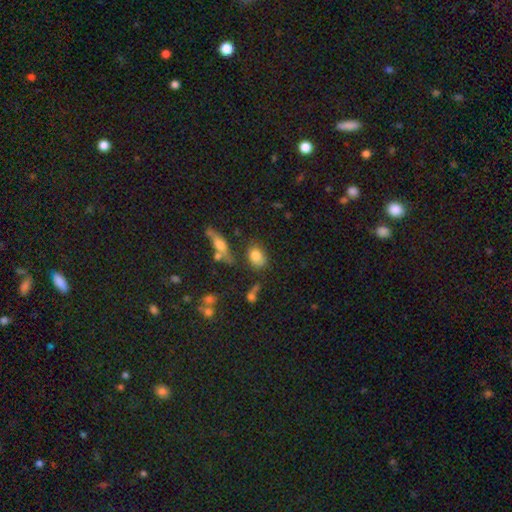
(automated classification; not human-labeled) Smooth or featured? smooth (80%)
How rounded? in between (72%)
Merging? none (67%)